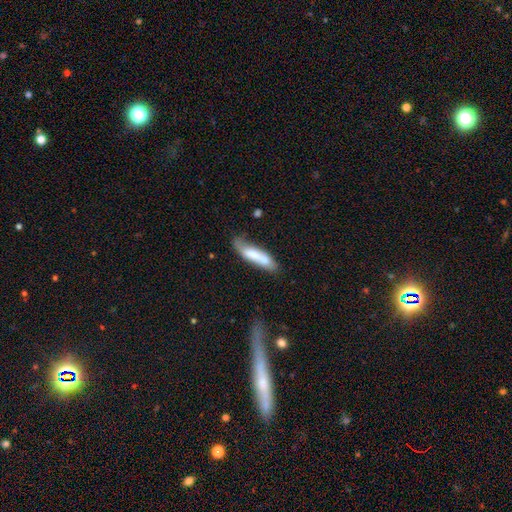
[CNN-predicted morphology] Q: Smooth or featured?
A: smooth (69%); runner-up: featured or disk (24%)
Q: How rounded?
A: cigar-shaped (72%); runner-up: in between (26%)
Q: Merging?
A: none (55%); runner-up: minor disturbance (28%)